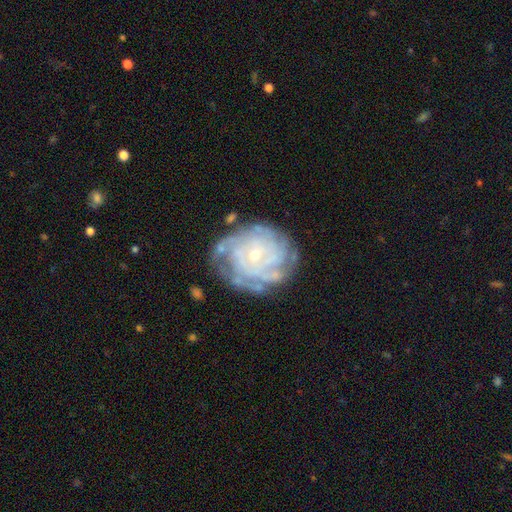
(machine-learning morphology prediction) A featured or disk galaxy (84%) with no bar (79%), tight (75%) spiral arms (90%) and a small central bulge (71%). Merging: none (69%).